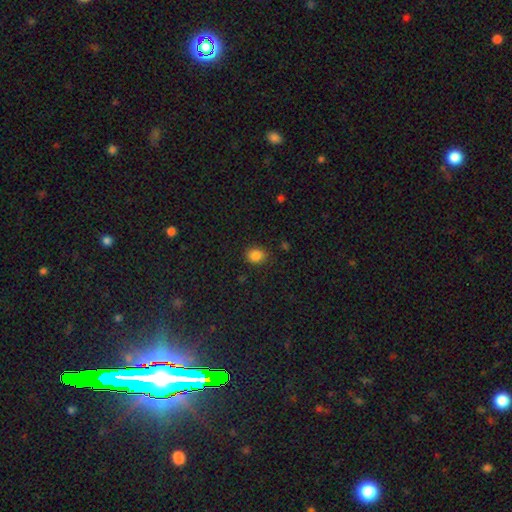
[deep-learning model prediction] The model was most divided on "how rounded": round: 61%, in between: 38%, cigar-shaped: 1%. More confident: merging — none (86%); smooth or featured — smooth (85%).